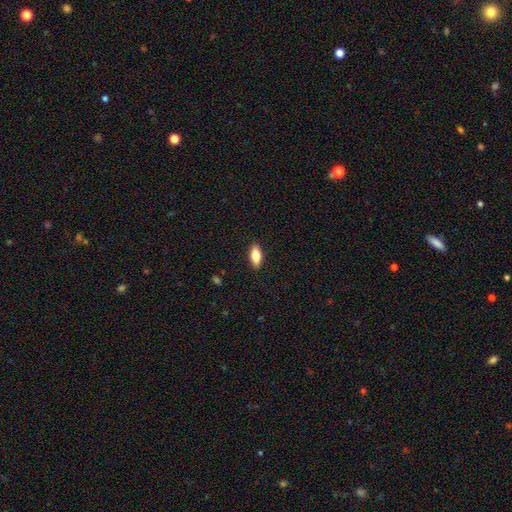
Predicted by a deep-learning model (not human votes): Smooth or featured: smooth — 77% (featured or disk — 17%)
How rounded: in between — 82% (cigar-shaped — 16%)
Merging: none — 89% (minor disturbance — 8%)